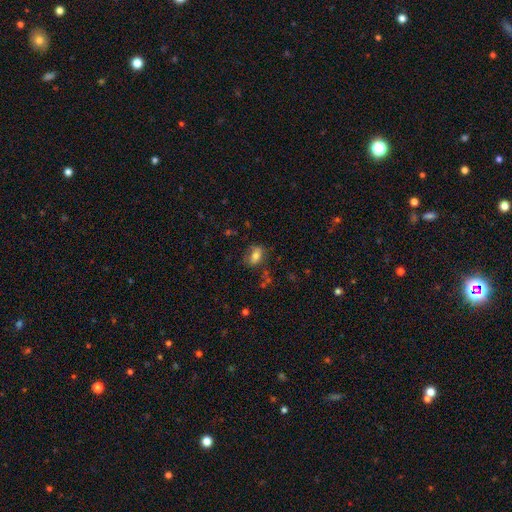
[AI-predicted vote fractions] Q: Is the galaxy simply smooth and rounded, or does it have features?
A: smooth — 71%.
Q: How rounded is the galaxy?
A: in between — 84%.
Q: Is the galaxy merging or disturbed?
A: none — 60%.